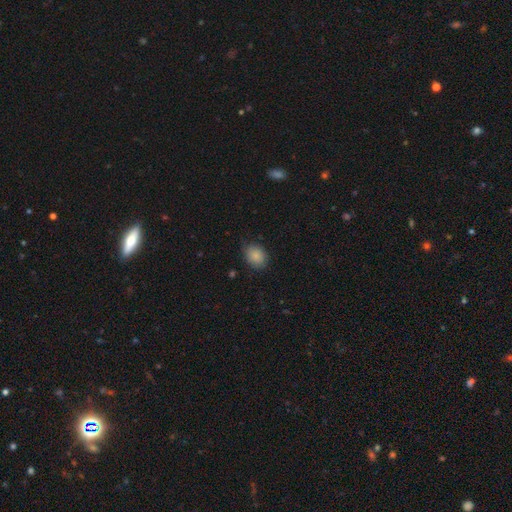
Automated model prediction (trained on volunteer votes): smooth_or_featured: smooth (p=0.87) [alt: star or artifact p=0.08]
how_rounded: in between (p=0.57) [alt: round p=0.42]
merging: none (p=0.75) [alt: minor disturbance p=0.20]